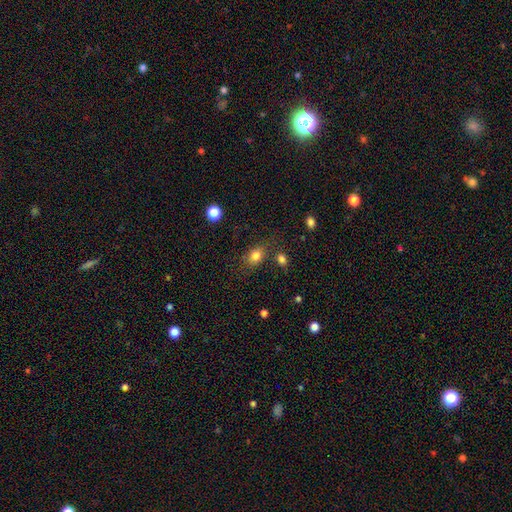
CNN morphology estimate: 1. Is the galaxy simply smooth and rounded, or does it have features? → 81% smooth, 11% star or artifact, 8% featured or disk.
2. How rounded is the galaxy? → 67% in between, 32% round, 2% cigar-shaped.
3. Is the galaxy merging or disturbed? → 70% none, 15% minor disturbance, 9% merger, 6% major disturbance.